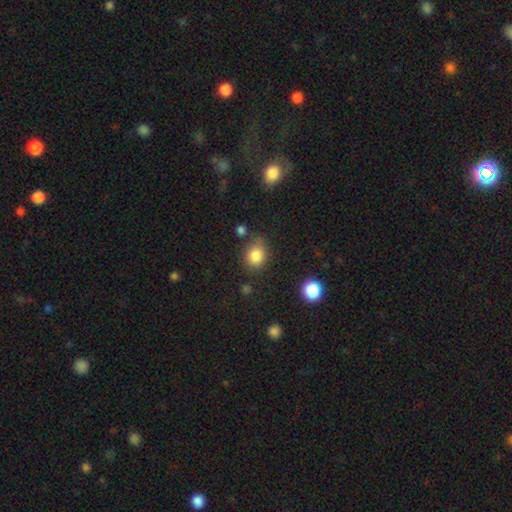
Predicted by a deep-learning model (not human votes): The model was most divided on "how rounded": round: 63%, in between: 36%, cigar-shaped: 1%. More confident: smooth or featured — smooth (84%); merging — none (70%).